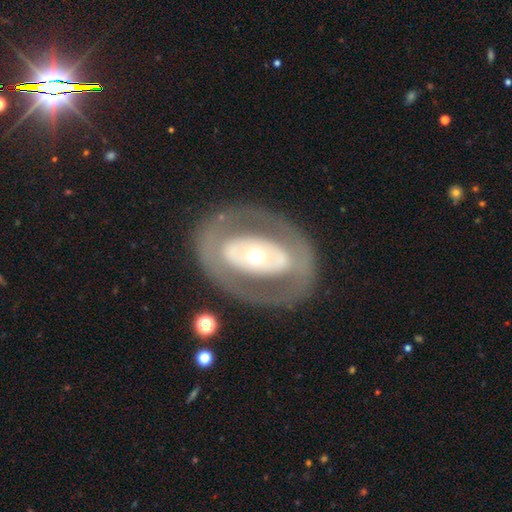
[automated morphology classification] A featured or disk galaxy (68%) with no bar (71%), no spiral arms (81%) and a moderate central bulge (59%).

Vote fractions:
- Smooth or featured? featured or disk: 68% / smooth: 27% / star or artifact: 6%
- Edge-on disk? no: 92% / yes: 8%
- Bar? no: 71% / strong: 15% / weak: 14%
- Spiral arms? no: 81% / yes: 19%
- Bulge size? moderate: 59% / small: 27% / large: 11% / dominant: 2% / none: 1%
- Merging? none: 78% / minor disturbance: 11% / major disturbance: 9% / merger: 2%